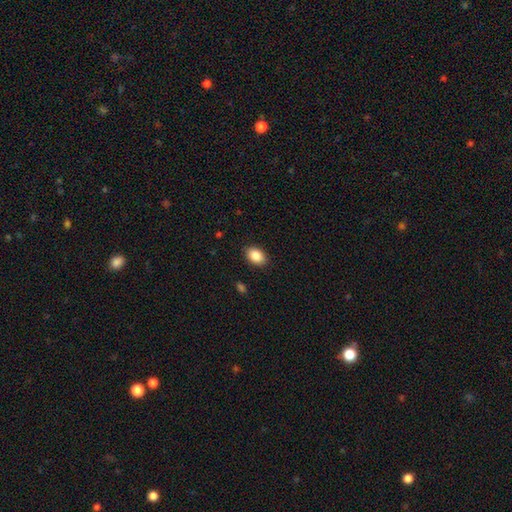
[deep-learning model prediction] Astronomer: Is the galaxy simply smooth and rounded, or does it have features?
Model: smooth — 88%.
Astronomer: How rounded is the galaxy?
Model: in between — 84%.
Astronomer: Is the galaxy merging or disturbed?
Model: none — 88%.